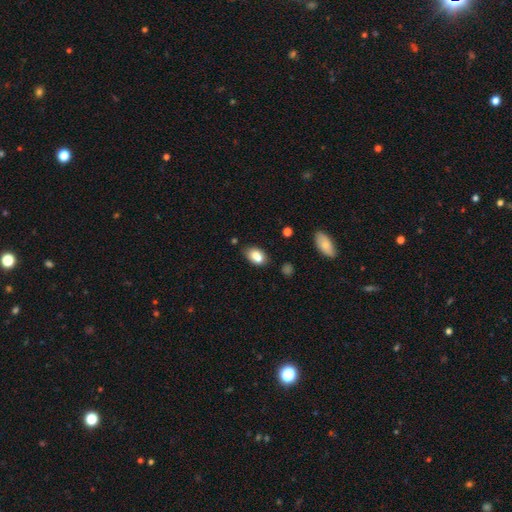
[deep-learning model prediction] smooth 80%, featured or disk 10%, star or artifact 9%. Down the decision tree: how rounded — in between (85%); merging — none (61%).